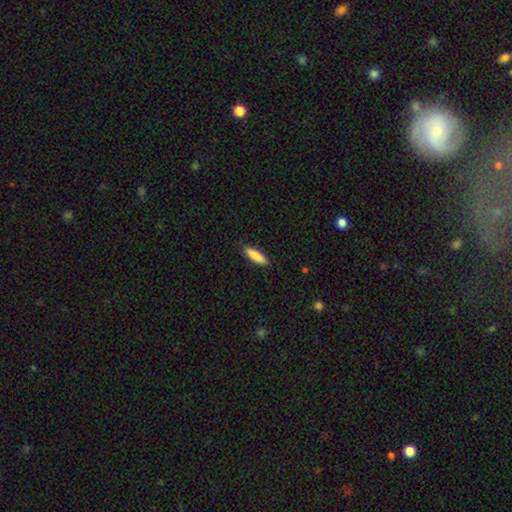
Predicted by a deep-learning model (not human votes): Morphology: type=smooth (88%); roundness=cigar-shaped (60%); merging=none (87%).